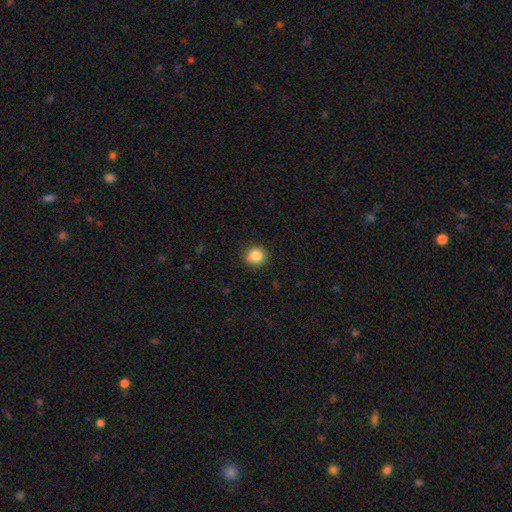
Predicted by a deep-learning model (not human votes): smooth_or_featured: smooth (p=0.86) [alt: star or artifact p=0.10]
how_rounded: round (p=0.88) [alt: in between p=0.12]
merging: none (p=0.88) [alt: minor disturbance p=0.09]